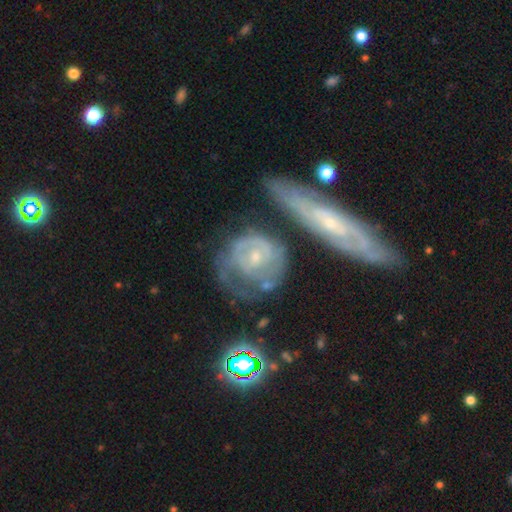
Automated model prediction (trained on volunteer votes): Smooth or featured?
  - featured or disk: 75% *
  - smooth: 18%
  - star or artifact: 6%
Edge-on disk?
  - no: 94% *
  - yes: 6%
Bar?
  - no: 65% *
  - weak: 28%
  - strong: 7%
Spiral arms?
  - yes: 81% *
  - no: 19%
Spiral winding?
  - tight: 65% *
  - medium: 27%
  - loose: 9%
Spiral arm count?
  - can't tell: 48% *
  - 2: 27%
  - 3: 10%
  - 1: 9%
  - 4: 3%
  - more than 4: 3%
Bulge size?
  - small: 57% *
  - moderate: 36%
  - none: 4%
  - large: 3%
  - dominant: 1%
Merging?
  - none: 49% *
  - minor disturbance: 21%
  - merger: 16%
  - major disturbance: 15%